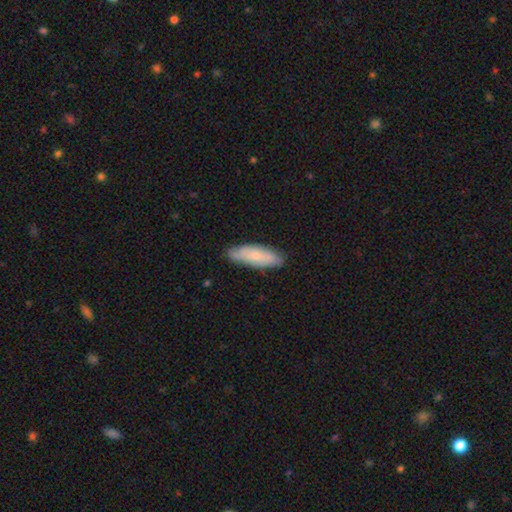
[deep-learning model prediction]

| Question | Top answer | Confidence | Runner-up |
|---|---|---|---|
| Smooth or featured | smooth | 66% | featured or disk (29%) |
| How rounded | in between | 55% | cigar-shaped (43%) |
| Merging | none | 81% | minor disturbance (16%) |